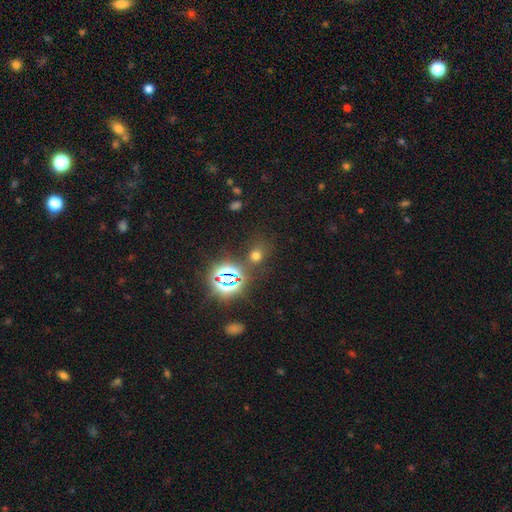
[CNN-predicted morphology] Smooth or featured: smooth — 54% (star or artifact — 39%)
How rounded: round — 67% (in between — 32%)
Merging: none — 76% (minor disturbance — 11%)